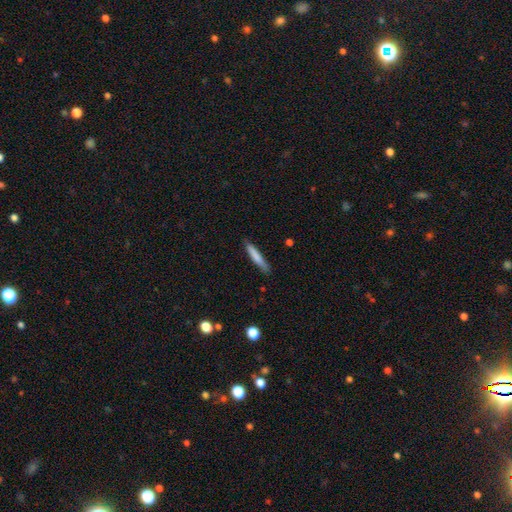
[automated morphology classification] Smooth or featured?
  - smooth: 78% *
  - featured or disk: 16%
  - star or artifact: 6%
How rounded?
  - cigar-shaped: 92% *
  - in between: 7%
  - round: 1%
Merging?
  - none: 84% *
  - minor disturbance: 13%
  - major disturbance: 2%
  - merger: 1%